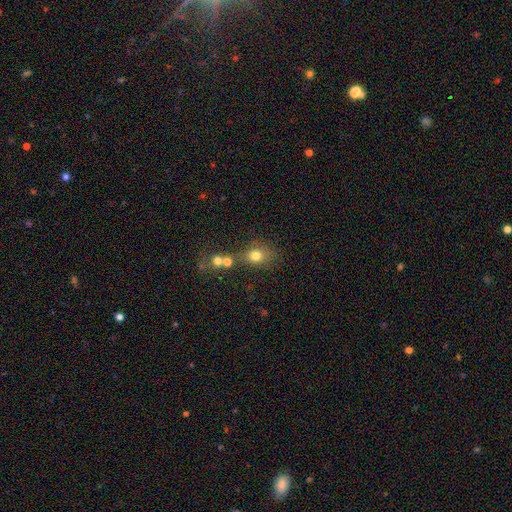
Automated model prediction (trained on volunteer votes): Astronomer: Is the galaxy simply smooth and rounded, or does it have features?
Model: smooth — 74%.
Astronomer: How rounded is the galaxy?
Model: round — 56% (runner-up: in between, 42%).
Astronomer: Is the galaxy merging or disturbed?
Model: none — 51% (runner-up: merger, 27%).